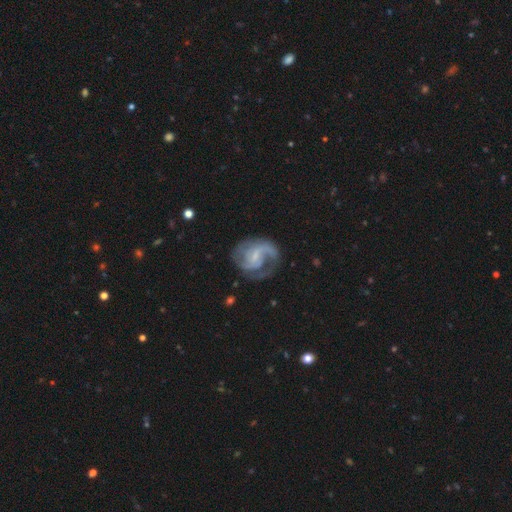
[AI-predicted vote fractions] The model was most divided on "bar": weak: 51%, no: 35%, strong: 14%. Remaining: edge-on disk — no (98%); spiral arms — yes (94%); smooth or featured — featured or disk (83%); merging — none (59%); bulge size — small (57%); spiral arm count — 2 (53%); spiral winding — medium (48%).